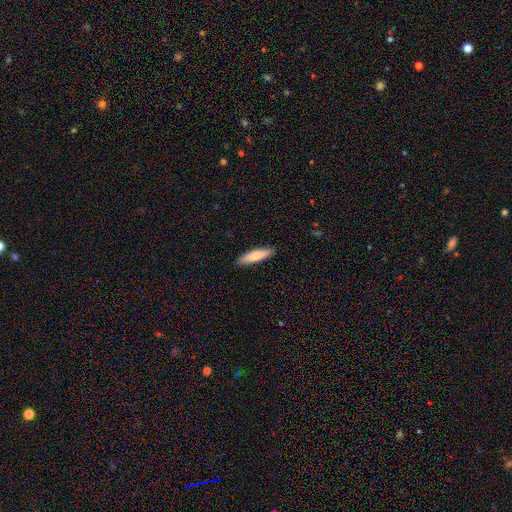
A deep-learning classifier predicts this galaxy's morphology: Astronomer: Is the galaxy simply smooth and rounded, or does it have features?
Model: smooth — 74%.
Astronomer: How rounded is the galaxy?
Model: cigar-shaped — 76%.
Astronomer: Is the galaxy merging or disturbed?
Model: none — 89%.